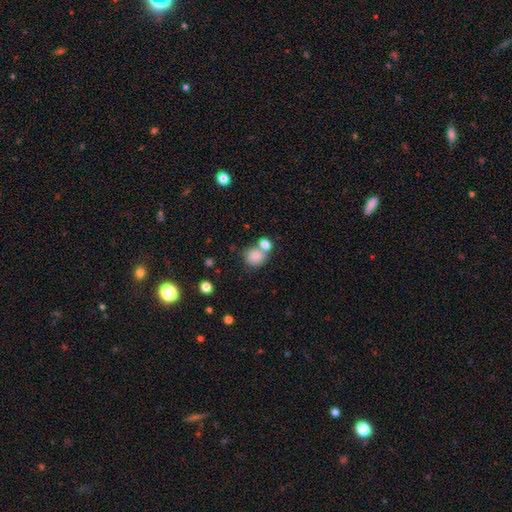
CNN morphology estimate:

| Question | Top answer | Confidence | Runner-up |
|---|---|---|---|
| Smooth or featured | smooth | 81% | star or artifact (10%) |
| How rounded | round | 80% | in between (19%) |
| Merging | none | 52% | merger (34%) |